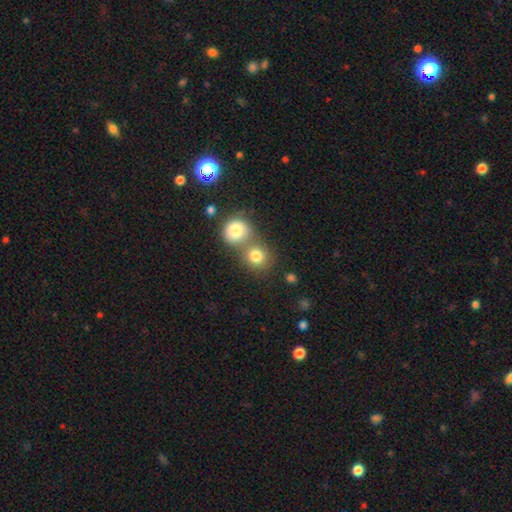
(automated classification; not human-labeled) smooth_or_featured: smooth (p=0.81) [alt: star or artifact p=0.10]
how_rounded: round (p=0.85) [alt: in between p=0.14]
merging: merger (p=0.45) [alt: none p=0.44]